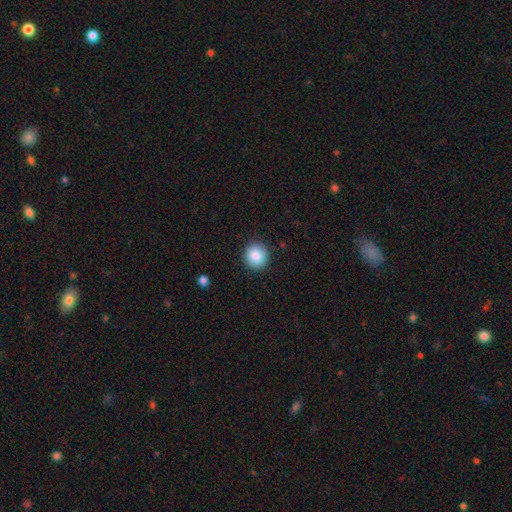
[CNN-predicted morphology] Q: Smooth or featured?
A: smooth (87%); runner-up: star or artifact (8%)
Q: How rounded?
A: round (91%); runner-up: in between (8%)
Q: Merging?
A: none (91%); runner-up: minor disturbance (6%)